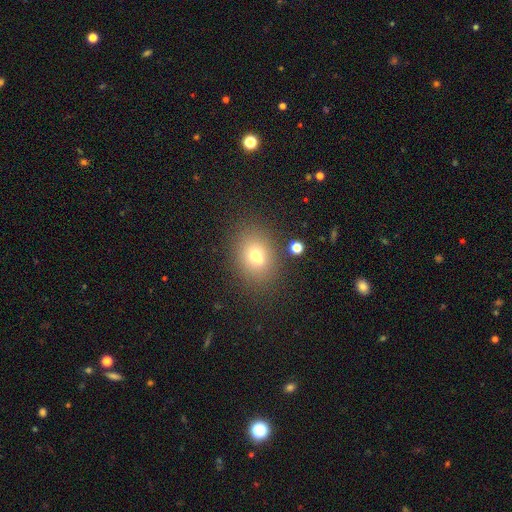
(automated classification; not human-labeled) This is likely a smooth galaxy (68%). How rounded: possibly in between (54%). Merging: likely none (65%).